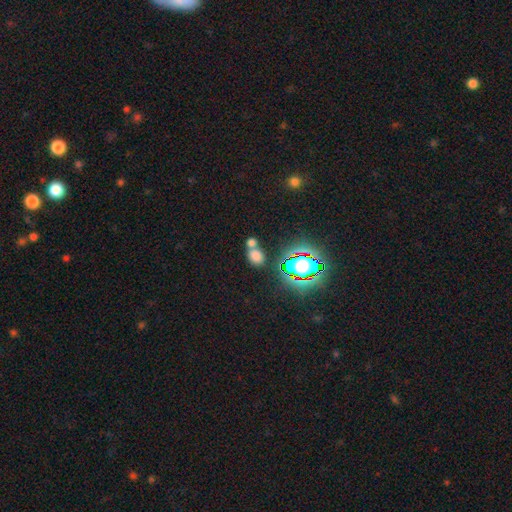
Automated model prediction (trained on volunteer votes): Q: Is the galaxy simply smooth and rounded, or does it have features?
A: smooth — 69%.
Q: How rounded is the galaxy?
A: in between — 57%.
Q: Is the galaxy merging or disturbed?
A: none — 47%.